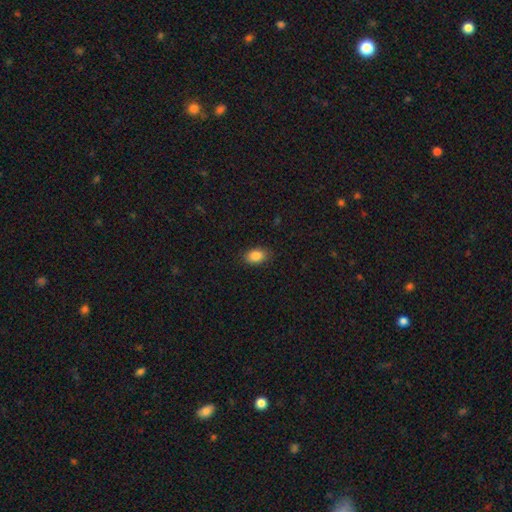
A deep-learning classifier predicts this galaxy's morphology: Smooth or featured? smooth (86%)
How rounded? in between (85%)
Merging? none (88%)